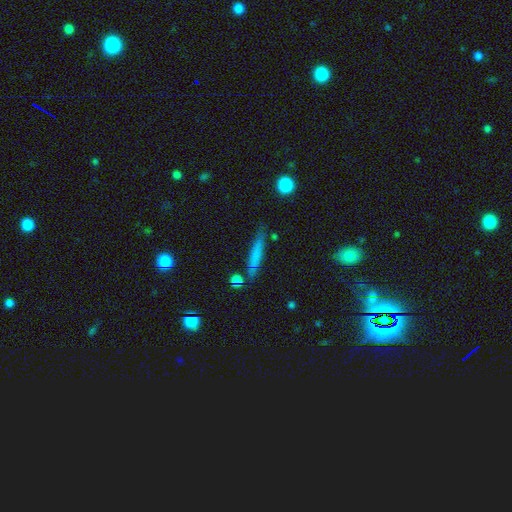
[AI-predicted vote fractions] Overall: smooth (64%; featured or disk 28%). How rounded: cigar-shaped (92%). Merging: none (79%).